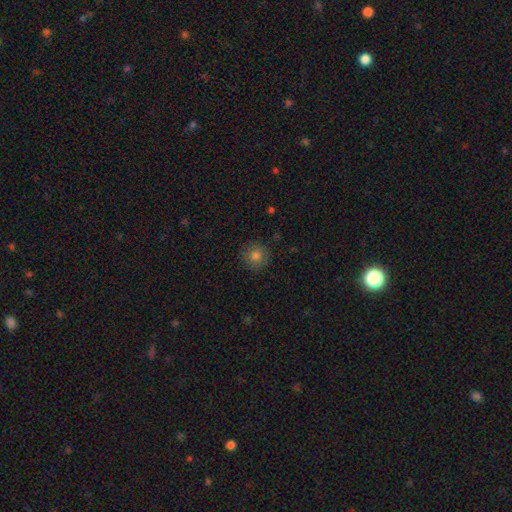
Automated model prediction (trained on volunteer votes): Smooth or featured: smooth — 77% (star or artifact — 12%)
How rounded: round — 93% (in between — 6%)
Merging: none — 87% (minor disturbance — 9%)